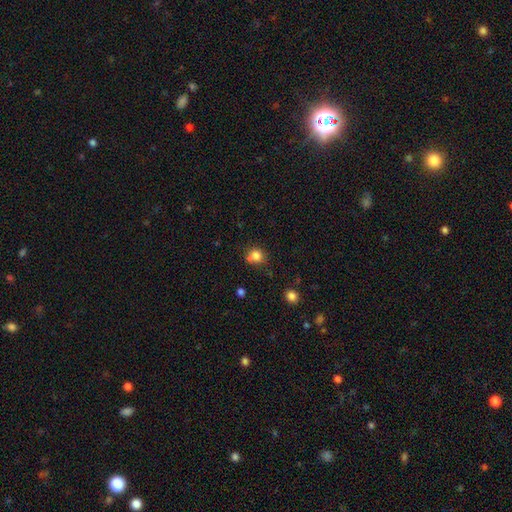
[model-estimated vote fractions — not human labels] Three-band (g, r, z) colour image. It shows a smooth galaxy with no disk features (81%) that is round (79%). Merging: none (63%).